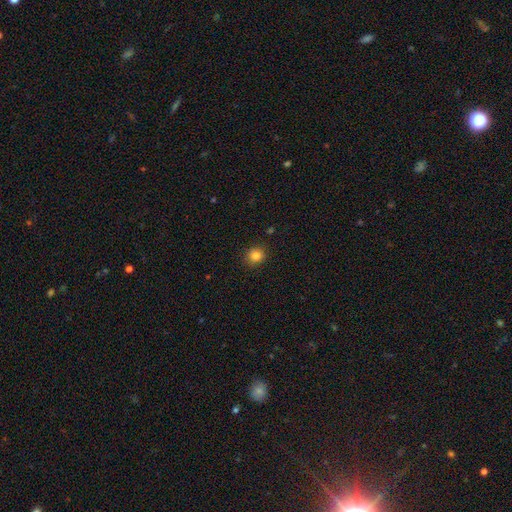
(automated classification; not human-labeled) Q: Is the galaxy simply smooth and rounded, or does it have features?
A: smooth — 84%.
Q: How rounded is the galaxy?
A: round — 86%.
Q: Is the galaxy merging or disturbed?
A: none — 90%.